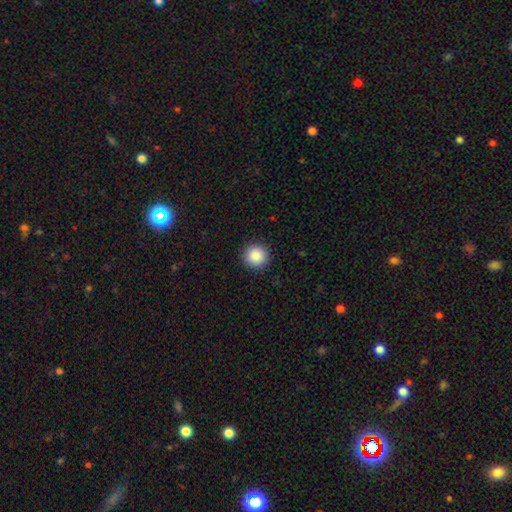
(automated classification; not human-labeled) smooth 89%, star or artifact 9%, featured or disk 3%. Down the decision tree: how rounded — round (95%); merging — none (92%).